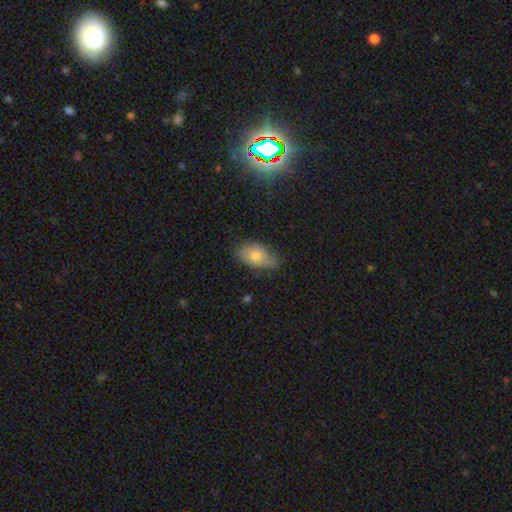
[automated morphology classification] This is likely a smooth galaxy (66%). How rounded: clearly in between (91%). Merging: possibly none (58%).